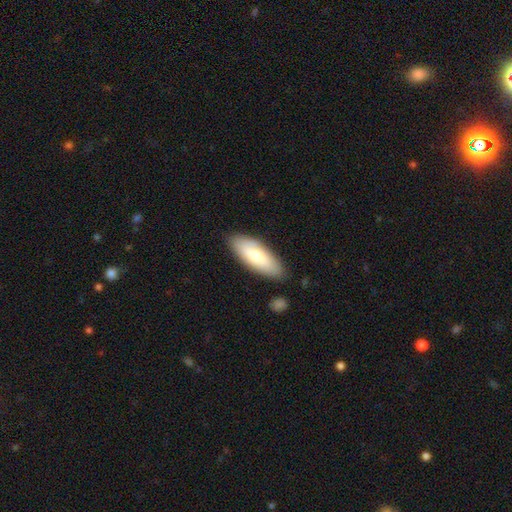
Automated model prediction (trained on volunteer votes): smooth-or-featured: smooth: 67% | featured or disk: 27% | star or artifact: 6%
  how-rounded: in between: 73% | cigar-shaped: 25% | round: 2%
  merging: none: 85% | minor disturbance: 11% | major disturbance: 2% | merger: 2%